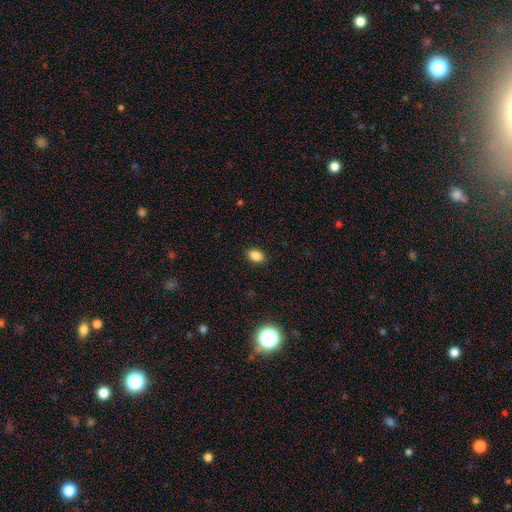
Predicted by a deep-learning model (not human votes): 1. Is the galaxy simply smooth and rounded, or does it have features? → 86% smooth, 10% star or artifact, 4% featured or disk.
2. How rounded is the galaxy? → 84% in between, 15% round, 1% cigar-shaped.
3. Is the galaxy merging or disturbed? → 89% none, 8% minor disturbance, 2% major disturbance, 1% merger.